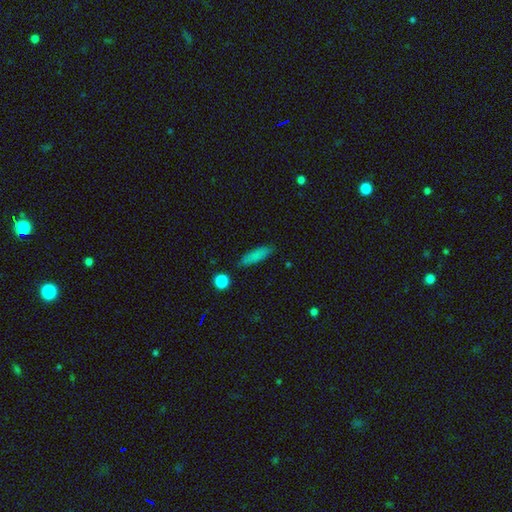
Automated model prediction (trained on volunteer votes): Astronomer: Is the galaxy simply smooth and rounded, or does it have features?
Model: smooth — 81%.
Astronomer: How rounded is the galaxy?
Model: cigar-shaped — 61% (runner-up: in between, 37%).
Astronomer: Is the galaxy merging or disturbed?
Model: none — 81%.